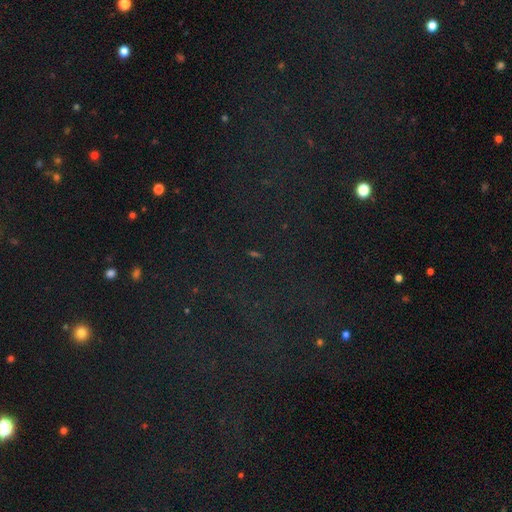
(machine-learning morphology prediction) star or artifact 78%, smooth 14%, featured or disk 9%.